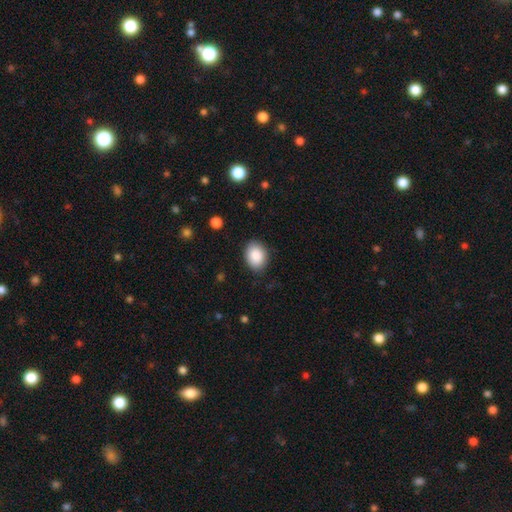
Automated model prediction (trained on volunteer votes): Smooth or featured?
  - smooth: 89% *
  - star or artifact: 7%
  - featured or disk: 4%
How rounded?
  - in between: 68% *
  - round: 31%
  - cigar-shaped: 1%
Merging?
  - none: 85% *
  - minor disturbance: 11%
  - major disturbance: 3%
  - merger: 1%